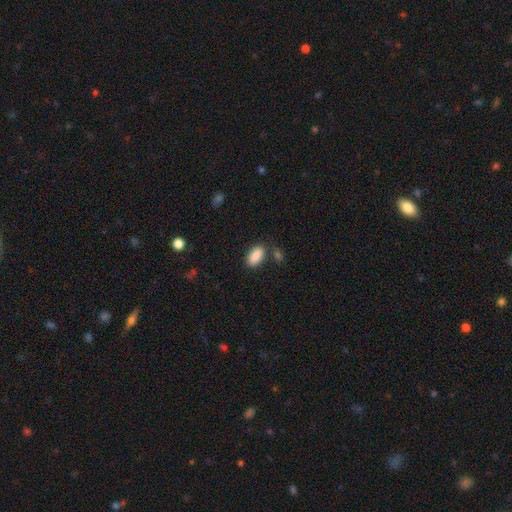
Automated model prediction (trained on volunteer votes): smooth 89%, star or artifact 7%, featured or disk 4%. Down the decision tree: how rounded — in between (91%); merging — none (76%).